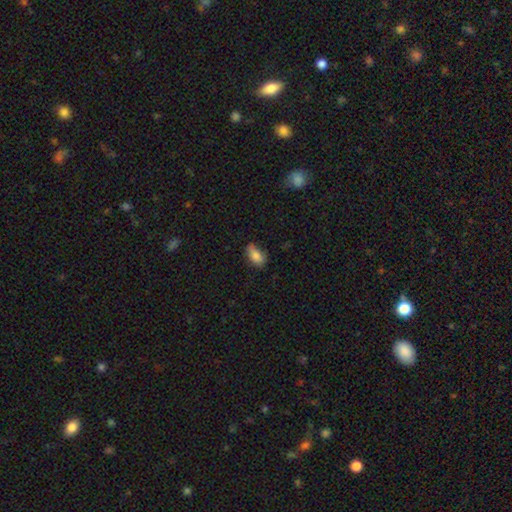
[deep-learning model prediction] Morphology: type=smooth (80%); roundness=in between (88%); merging=none (62%).